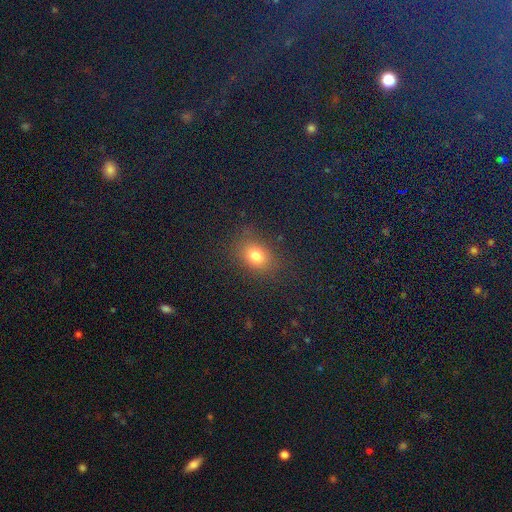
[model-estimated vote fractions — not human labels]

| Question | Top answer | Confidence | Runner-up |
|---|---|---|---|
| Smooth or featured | smooth | 76% | star or artifact (15%) |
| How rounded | in between | 56% | round (43%) |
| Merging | none | 80% | minor disturbance (13%) |